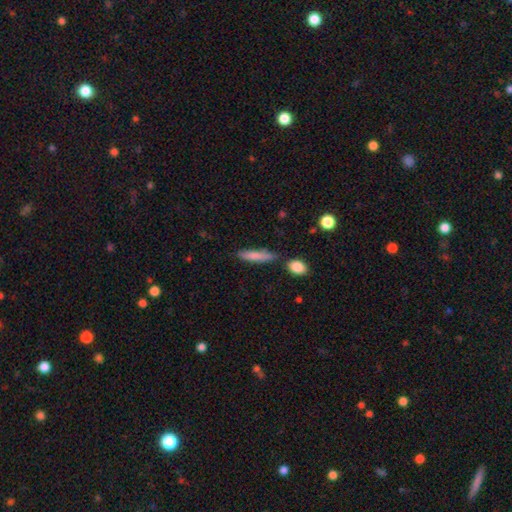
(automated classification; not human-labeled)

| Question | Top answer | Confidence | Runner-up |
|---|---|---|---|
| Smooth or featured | smooth | 80% | featured or disk (13%) |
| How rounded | cigar-shaped | 82% | in between (16%) |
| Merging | none | 72% | minor disturbance (16%) |